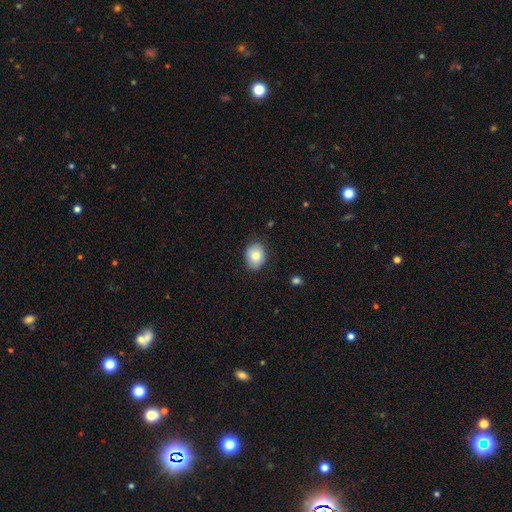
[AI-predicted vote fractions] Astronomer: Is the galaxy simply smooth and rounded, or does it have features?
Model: smooth — 82%.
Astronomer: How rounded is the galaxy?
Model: in between — 54% (runner-up: round, 45%).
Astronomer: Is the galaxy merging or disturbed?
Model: none — 82%.